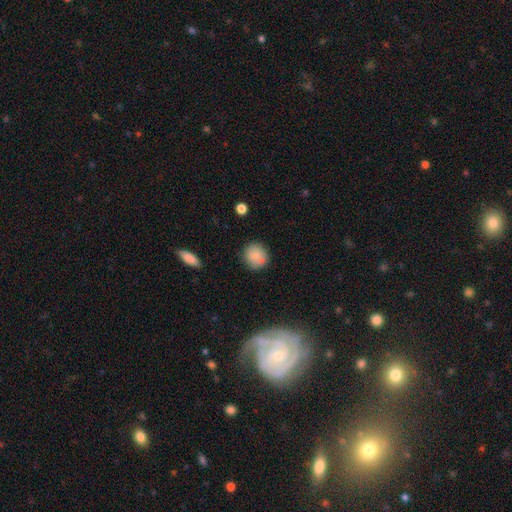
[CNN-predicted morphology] Smooth or featured: smooth — 82% (featured or disk — 10%)
How rounded: round — 87% (in between — 12%)
Merging: none — 74% (minor disturbance — 14%)